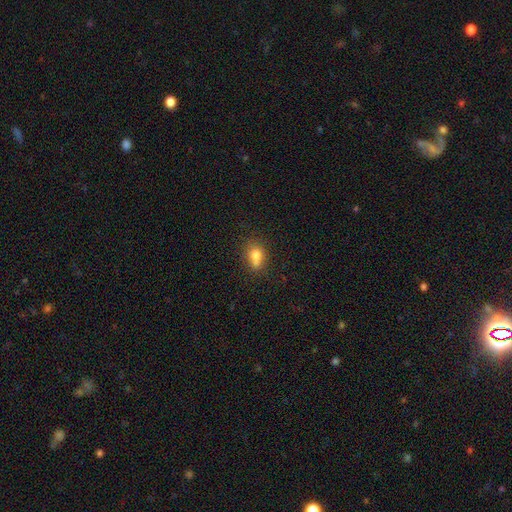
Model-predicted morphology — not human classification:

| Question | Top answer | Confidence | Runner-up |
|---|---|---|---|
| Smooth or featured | smooth | 75% | featured or disk (14%) |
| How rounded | round | 50% | in between (48%) |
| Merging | none | 44% | merger (34%) |